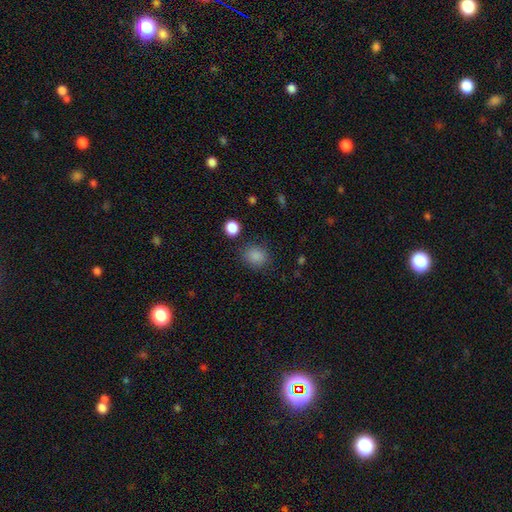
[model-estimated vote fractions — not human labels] This appears to be a smooth galaxy with no disk features (85%) that is round (73%). Merging: none (81%).